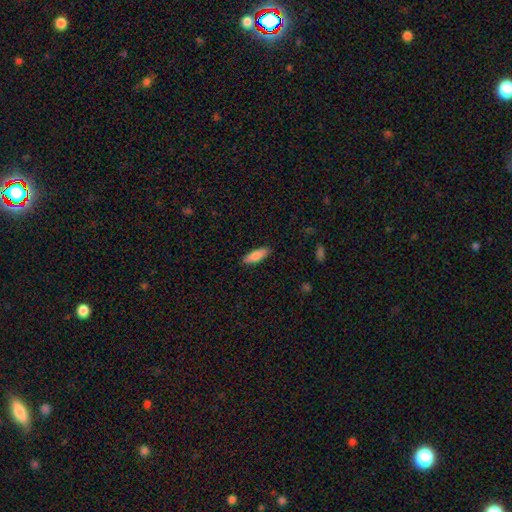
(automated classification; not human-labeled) Q: Smooth or featured?
A: smooth (81%); runner-up: featured or disk (13%)
Q: How rounded?
A: in between (54%); runner-up: cigar-shaped (44%)
Q: Merging?
A: none (89%); runner-up: minor disturbance (9%)